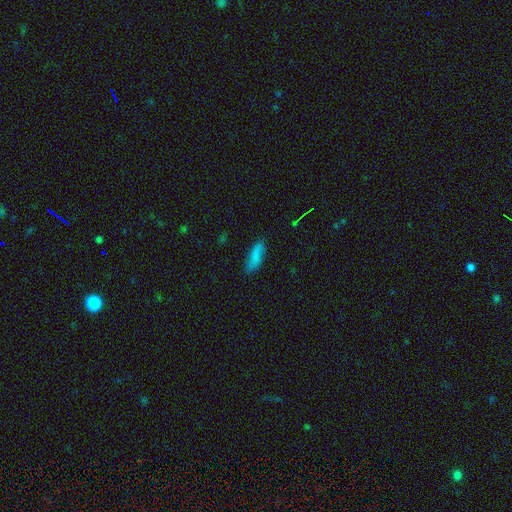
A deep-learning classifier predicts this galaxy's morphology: A smooth galaxy with no disk features (77%) that is in between round and cigar-shaped (63%). Merging: none (78%).